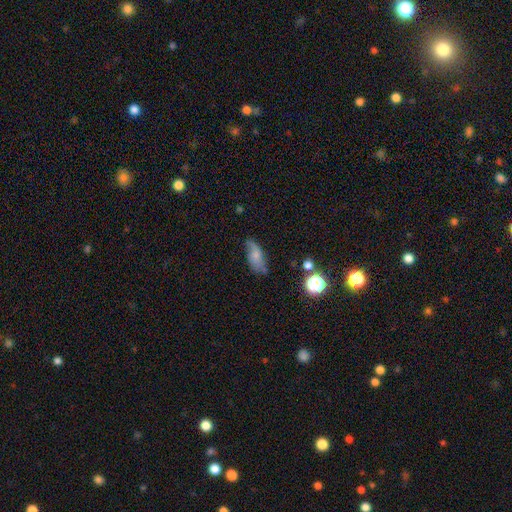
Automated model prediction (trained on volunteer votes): Smooth or featured? smooth (58%)
How rounded? in between (84%)
Merging? none (52%)